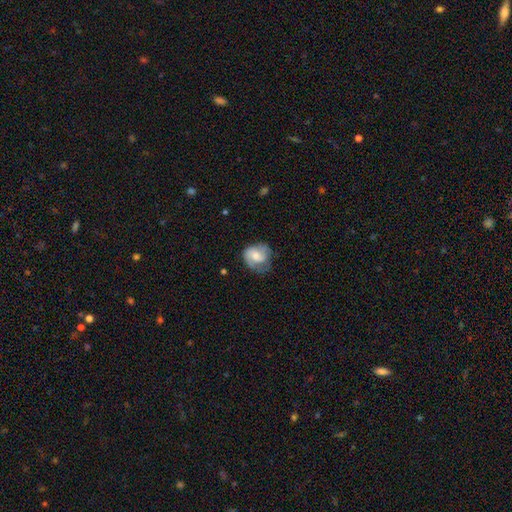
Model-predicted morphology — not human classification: A smooth galaxy with no disk features (50%).

Vote fractions:
- Smooth or featured? smooth: 50% / featured or disk: 43% / star or artifact: 7%
- Merging? none: 49% / minor disturbance: 30% / major disturbance: 19% / merger: 2%